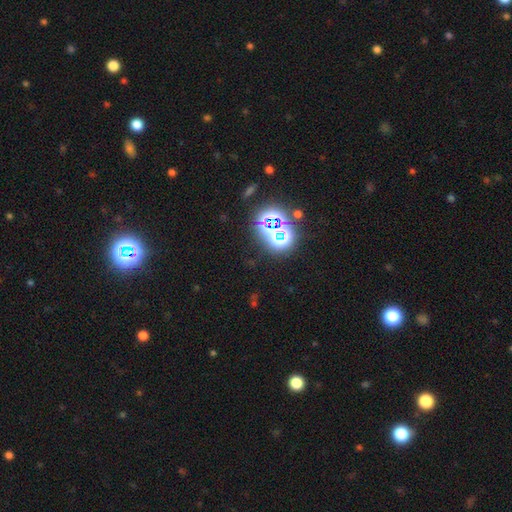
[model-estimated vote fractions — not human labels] Smooth or featured? Predicted: star or artifact (p=0.72).